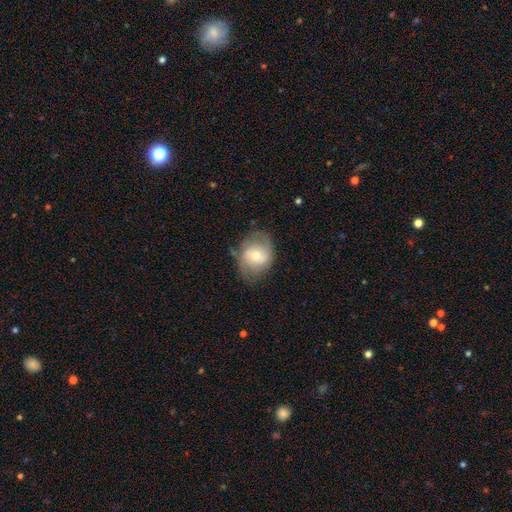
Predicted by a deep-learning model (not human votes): smooth-or-featured: featured or disk: 50% | smooth: 43% | star or artifact: 8%
  merging: none: 71% | minor disturbance: 19% | major disturbance: 9% | merger: 2%